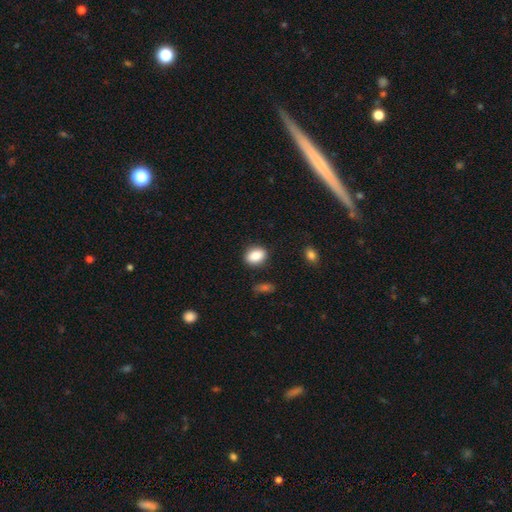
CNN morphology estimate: smooth-or-featured: smooth: 87% | star or artifact: 8% | featured or disk: 5%
  how-rounded: in between: 67% | round: 31% | cigar-shaped: 1%
  merging: none: 85% | minor disturbance: 10% | major disturbance: 3% | merger: 2%